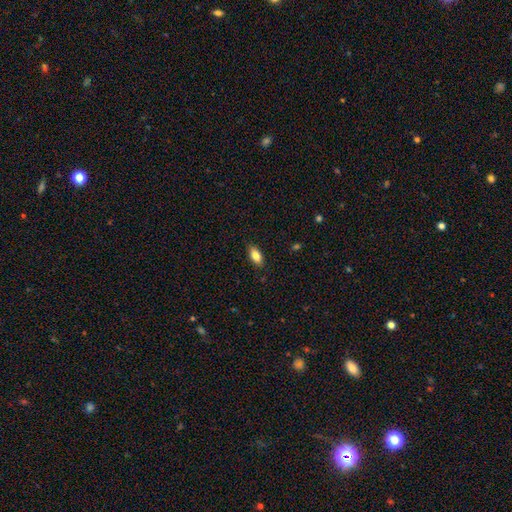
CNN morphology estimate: Q: Smooth or featured?
A: smooth (83%); runner-up: featured or disk (9%)
Q: How rounded?
A: in between (86%); runner-up: cigar-shaped (11%)
Q: Merging?
A: none (87%); runner-up: minor disturbance (10%)